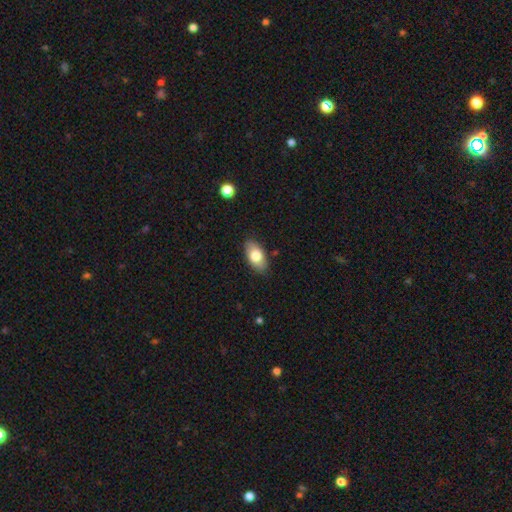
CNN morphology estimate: Smooth or featured?
  - smooth: 77% *
  - featured or disk: 16%
  - star or artifact: 7%
How rounded?
  - in between: 92% *
  - cigar-shaped: 4%
  - round: 4%
Merging?
  - none: 86% *
  - minor disturbance: 11%
  - major disturbance: 2%
  - merger: 1%